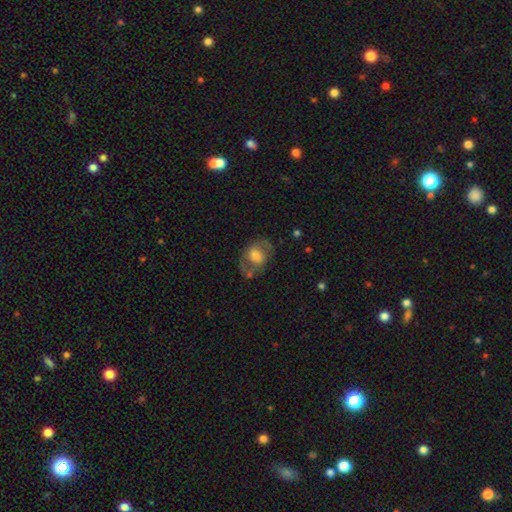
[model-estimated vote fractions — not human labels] Smooth or featured? Predicted: featured or disk (p=0.48). Merging? Predicted: none (p=0.56).